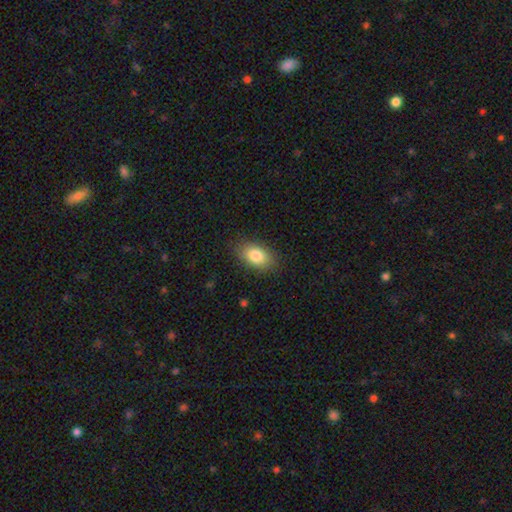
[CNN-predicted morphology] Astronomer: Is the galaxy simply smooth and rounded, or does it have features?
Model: smooth — 83%.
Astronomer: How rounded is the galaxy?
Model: in between — 89%.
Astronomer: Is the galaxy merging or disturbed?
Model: none — 85%.